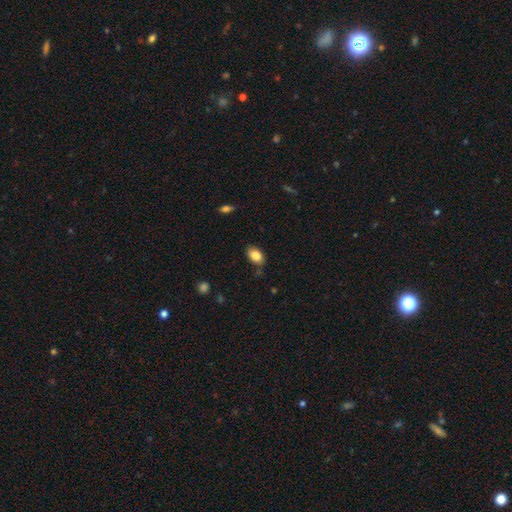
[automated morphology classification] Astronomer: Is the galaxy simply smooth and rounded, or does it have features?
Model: smooth — 84%.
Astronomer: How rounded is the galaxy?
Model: in between — 83%.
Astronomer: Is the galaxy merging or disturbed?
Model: none — 79%.